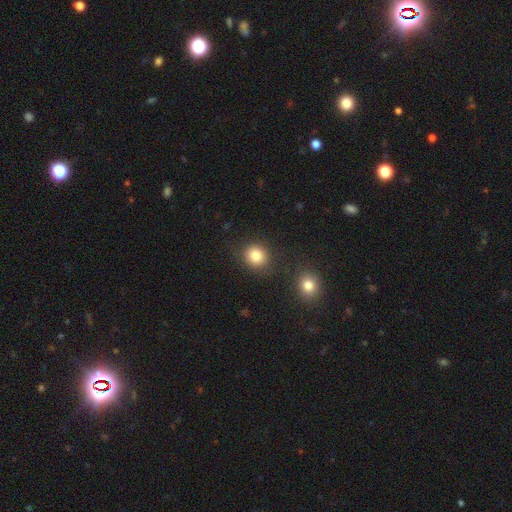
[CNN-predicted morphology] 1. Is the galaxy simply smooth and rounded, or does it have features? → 83% smooth, 11% star or artifact, 6% featured or disk.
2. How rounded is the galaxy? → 82% round, 17% in between, 1% cigar-shaped.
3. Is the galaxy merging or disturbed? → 83% none, 9% minor disturbance, 5% merger, 3% major disturbance.